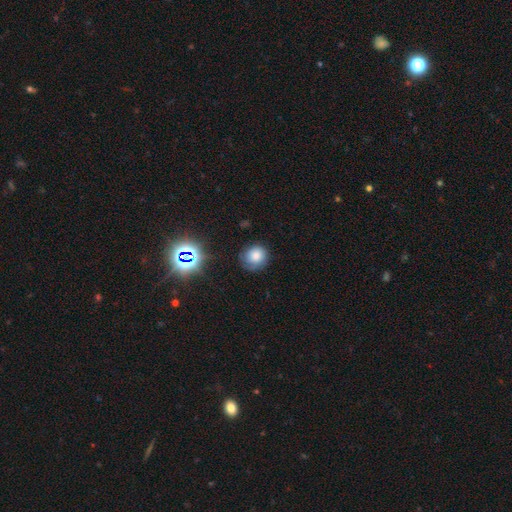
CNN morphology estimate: This appears to be a smooth galaxy with no disk features (71%) that is round (83%). Merging: none (72%).